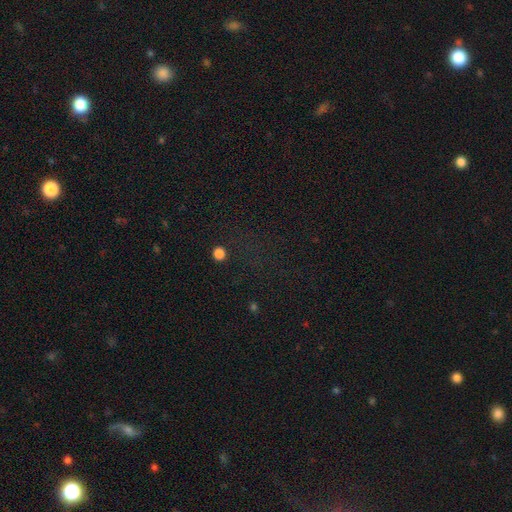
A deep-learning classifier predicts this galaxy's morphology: Smooth or featured: star or artifact — 69% (smooth — 21%)